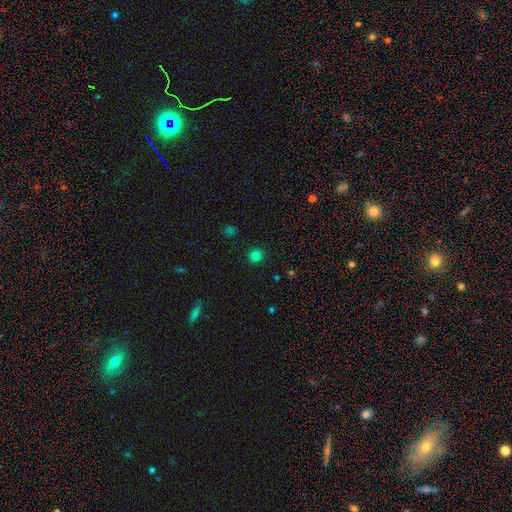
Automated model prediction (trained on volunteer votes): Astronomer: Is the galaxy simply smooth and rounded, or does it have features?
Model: smooth — 80%.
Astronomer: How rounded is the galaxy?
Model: round — 94%.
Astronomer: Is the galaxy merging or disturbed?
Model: none — 91%.